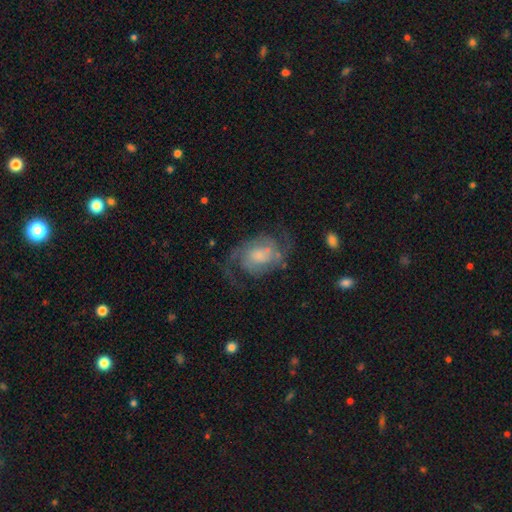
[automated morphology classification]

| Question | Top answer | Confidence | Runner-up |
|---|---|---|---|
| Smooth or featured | featured or disk | 81% | smooth (13%) |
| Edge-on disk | no | 98% | yes (2%) |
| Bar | no | 66% | weak (29%) |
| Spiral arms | yes | 94% | no (6%) |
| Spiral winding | medium | 50% | loose (26%) |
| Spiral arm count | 2 | 83% | can't tell (6%) |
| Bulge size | small | 36% | moderate (29%) |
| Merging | none | 61% | minor disturbance (18%) |